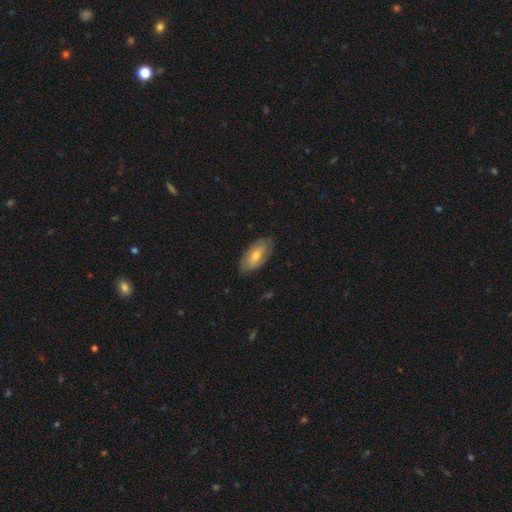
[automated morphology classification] Q: Smooth or featured?
A: smooth (55%); runner-up: featured or disk (38%)
Q: How rounded?
A: in between (89%); runner-up: cigar-shaped (8%)
Q: Merging?
A: none (83%); runner-up: minor disturbance (14%)